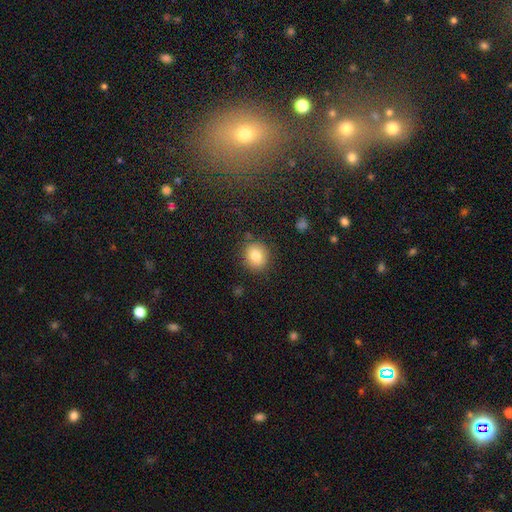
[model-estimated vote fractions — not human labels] A smooth galaxy with no disk features (82%) that is round (79%). Merging: none (85%).